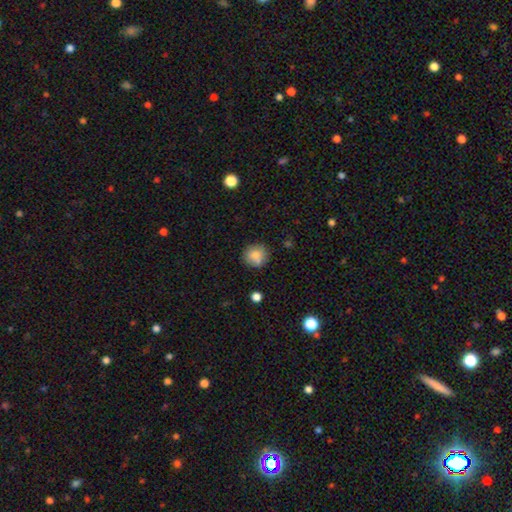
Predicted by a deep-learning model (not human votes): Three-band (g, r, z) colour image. It shows a smooth galaxy with no disk features (79%) that is round (88%). Merging: none (74%).